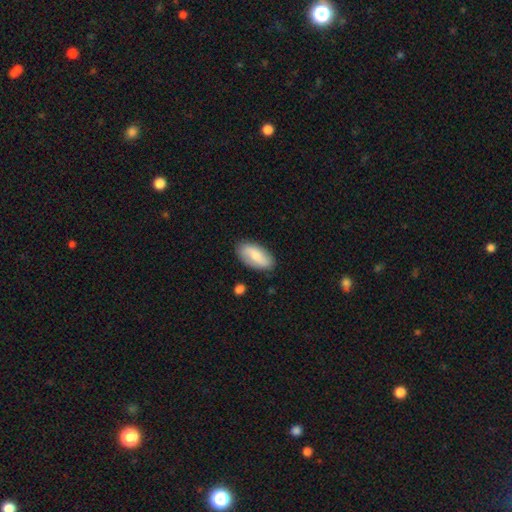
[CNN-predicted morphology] Smooth or featured? smooth (64%)
How rounded? in between (91%)
Merging? none (84%)